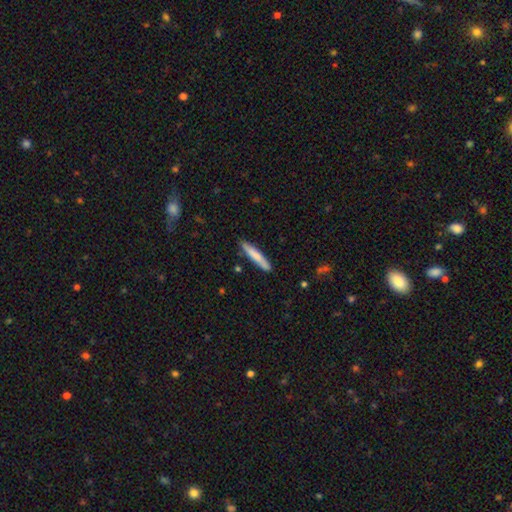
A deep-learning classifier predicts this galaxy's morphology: Smooth or featured? Predicted: smooth (p=0.77). How rounded? Predicted: cigar-shaped (p=0.93). Merging? Predicted: none (p=0.86).